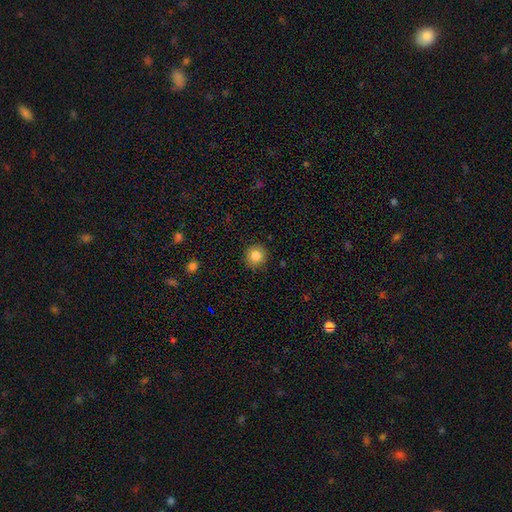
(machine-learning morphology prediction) Smooth or featured?
  - smooth: 83% *
  - star or artifact: 10%
  - featured or disk: 7%
How rounded?
  - round: 93% *
  - in between: 6%
  - cigar-shaped: 1%
Merging?
  - none: 90% *
  - minor disturbance: 7%
  - major disturbance: 2%
  - merger: 1%